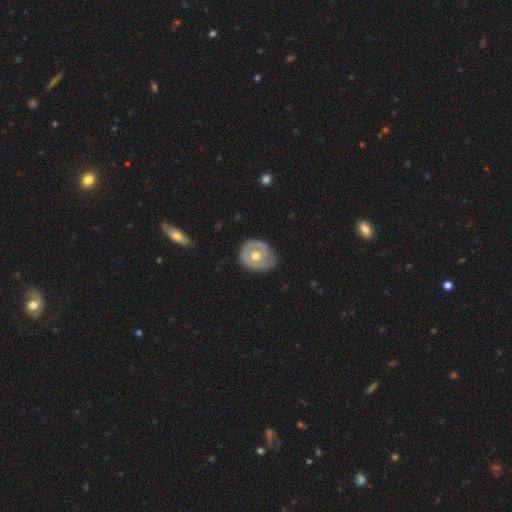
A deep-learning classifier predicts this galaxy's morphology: A featured or disk galaxy (67%) with no bar (81%), spiral arms (64%) and a moderate central bulge (78%). Merging: none (66%).